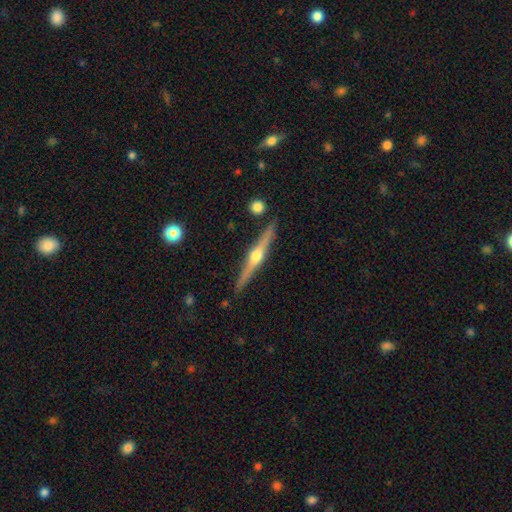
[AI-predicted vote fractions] Smooth or featured?
  - featured or disk: 80% *
  - smooth: 15%
  - star or artifact: 5%
Edge-on disk?
  - yes: 98% *
  - no: 2%
Edge-on bulge?
  - rounded: 94% *
  - boxy: 3%
  - none: 3%
Merging?
  - none: 89% *
  - minor disturbance: 8%
  - merger: 2%
  - major disturbance: 2%